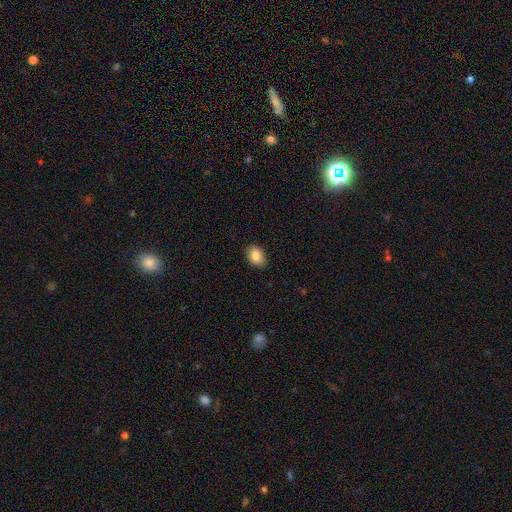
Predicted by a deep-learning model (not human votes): This appears to be a smooth galaxy with no disk features (87%) that is in between round and cigar-shaped (82%). Merging: none (85%).